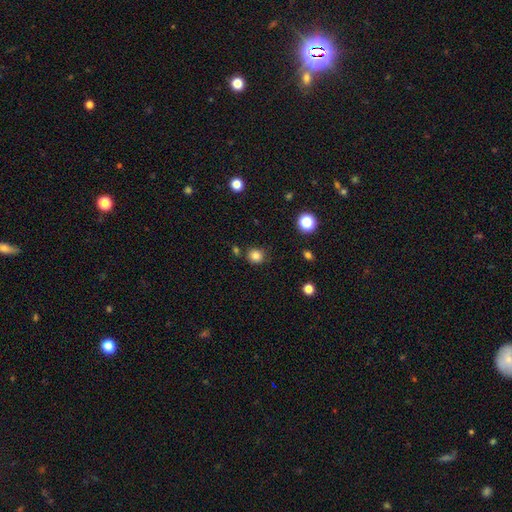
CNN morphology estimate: Smooth or featured? Predicted: smooth (p=0.83). How rounded? Predicted: round (p=0.87). Merging? Predicted: none (p=0.82).